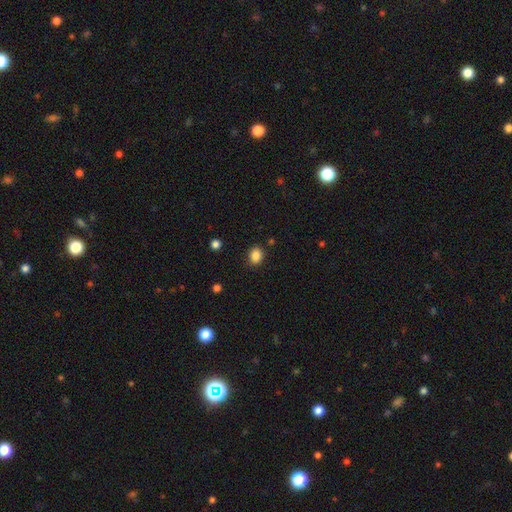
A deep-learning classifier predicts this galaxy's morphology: A smooth galaxy with no disk features (86%) that is round (52%).

Vote fractions:
- Smooth or featured? smooth: 86% / star or artifact: 10% / featured or disk: 4%
- How rounded? round: 52% / in between: 48% / cigar-shaped: 1%
- Merging? none: 86% / minor disturbance: 9% / major disturbance: 3% / merger: 2%